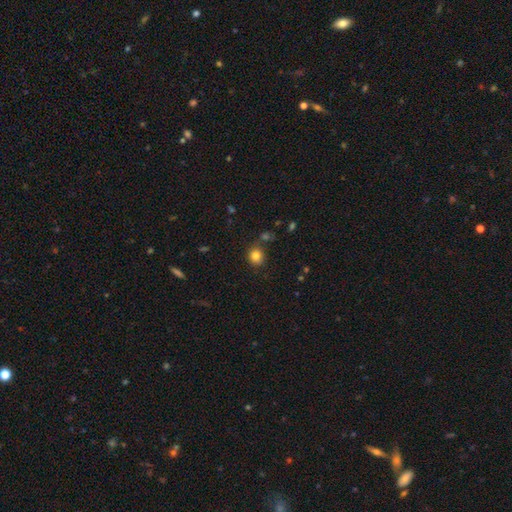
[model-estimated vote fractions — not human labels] This is clearly a smooth galaxy (82%). How rounded: likely round (77%). Merging: likely none (77%).